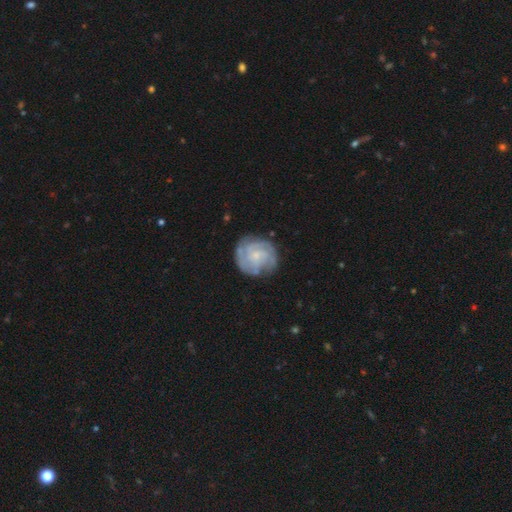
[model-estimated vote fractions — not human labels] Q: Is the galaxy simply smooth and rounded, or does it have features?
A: featured or disk — 81%.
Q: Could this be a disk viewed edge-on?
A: no — 98%.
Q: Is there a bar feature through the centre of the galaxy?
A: no — 70%.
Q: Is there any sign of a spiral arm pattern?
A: yes — 95%.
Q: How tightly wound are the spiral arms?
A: tight — 69%.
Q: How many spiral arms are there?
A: can't tell — 28%.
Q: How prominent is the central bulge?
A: small — 66%.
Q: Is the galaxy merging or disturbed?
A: none — 76%.